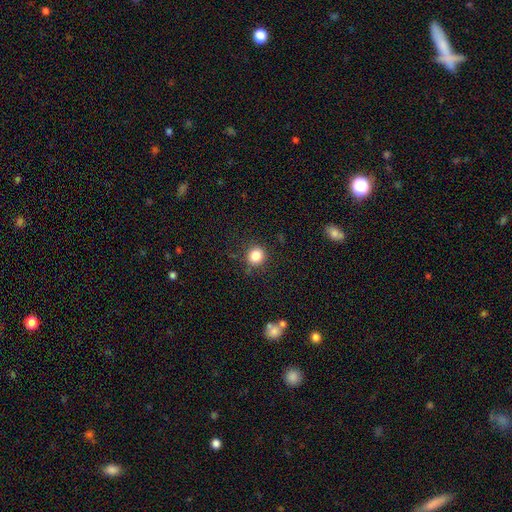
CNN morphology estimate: A smooth galaxy with no disk features (84%) that is round (88%).

Vote fractions:
- Smooth or featured? smooth: 84% / star or artifact: 11% / featured or disk: 5%
- How rounded? round: 88% / in between: 11% / cigar-shaped: 1%
- Merging? none: 87% / minor disturbance: 9% / major disturbance: 3% / merger: 2%